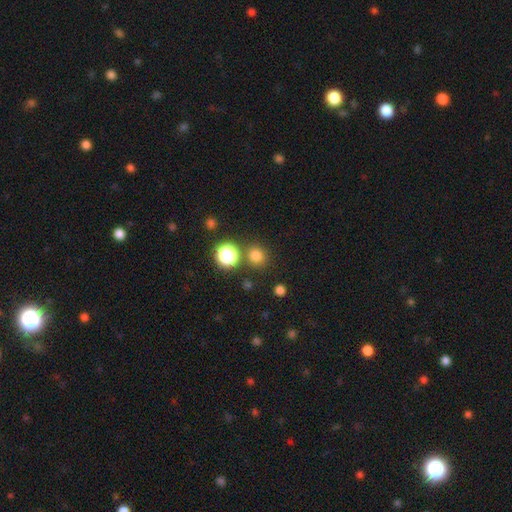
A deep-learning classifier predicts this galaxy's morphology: type=smooth (76%); roundness=round (89%); merging=none (81%).